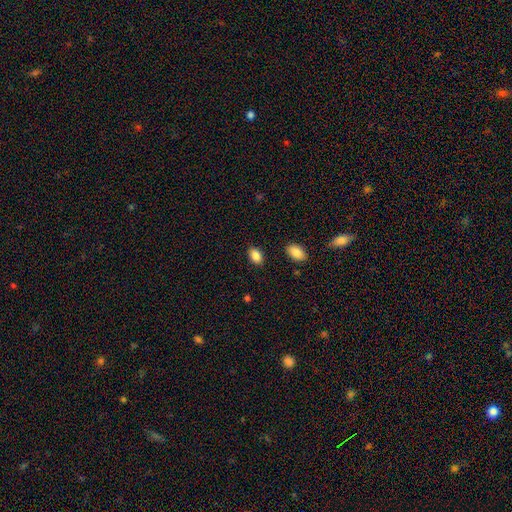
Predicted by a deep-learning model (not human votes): Smooth or featured? Predicted: smooth (p=0.87). How rounded? Predicted: in between (p=0.86). Merging? Predicted: none (p=0.87).